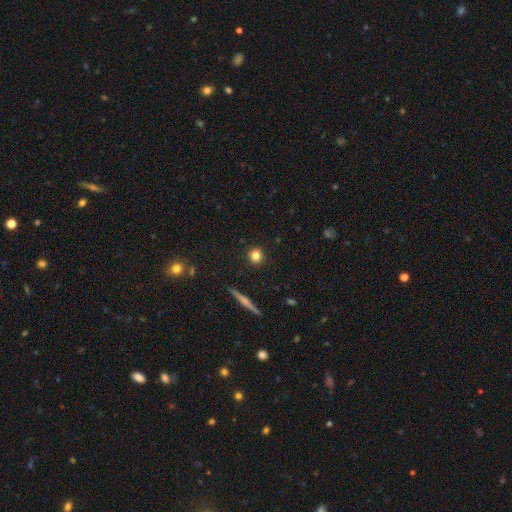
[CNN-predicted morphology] This appears to be a smooth galaxy with no disk features (79%) that is round (92%). Merging: none (90%).